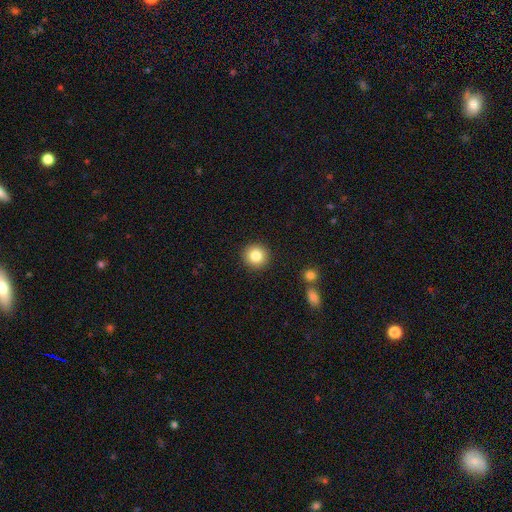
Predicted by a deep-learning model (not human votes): Smooth or featured?
  - smooth: 84% *
  - star or artifact: 9%
  - featured or disk: 7%
How rounded?
  - round: 94% *
  - in between: 5%
  - cigar-shaped: 1%
Merging?
  - none: 91% *
  - minor disturbance: 6%
  - major disturbance: 2%
  - merger: 1%